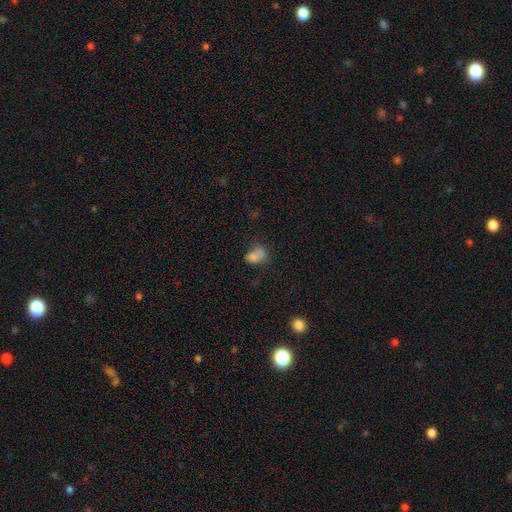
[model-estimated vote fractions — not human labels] Smooth or featured?
  - smooth: 75% *
  - featured or disk: 13%
  - star or artifact: 13%
How rounded?
  - in between: 78% *
  - round: 20%
  - cigar-shaped: 2%
Merging?
  - none: 32% *
  - merger: 31%
  - minor disturbance: 22%
  - major disturbance: 16%